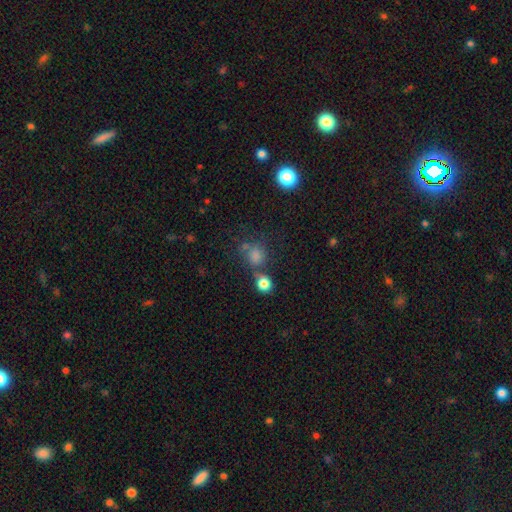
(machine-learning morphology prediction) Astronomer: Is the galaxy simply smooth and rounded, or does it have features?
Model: smooth — 68%.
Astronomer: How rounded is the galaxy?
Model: round — 80%.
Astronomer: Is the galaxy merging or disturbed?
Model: none — 61%.